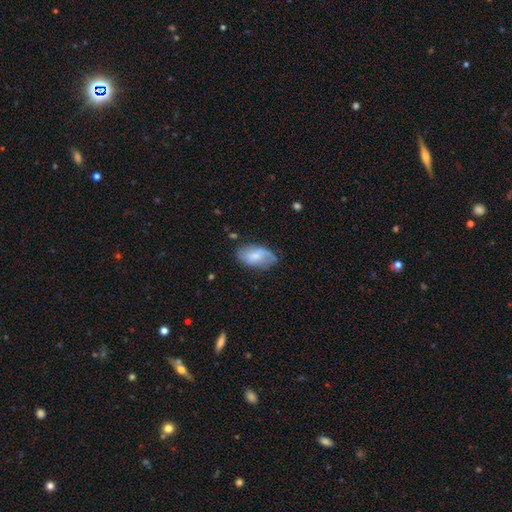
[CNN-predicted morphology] Smooth or featured?
  - smooth: 59% *
  - featured or disk: 34%
  - star or artifact: 7%
How rounded?
  - in between: 93% *
  - round: 5%
  - cigar-shaped: 2%
Merging?
  - none: 62% *
  - minor disturbance: 27%
  - major disturbance: 8%
  - merger: 2%